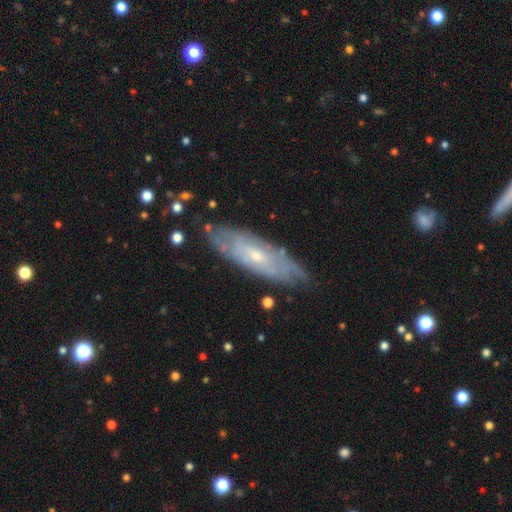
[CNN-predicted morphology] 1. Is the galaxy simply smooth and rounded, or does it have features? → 67% featured or disk, 27% smooth, 6% star or artifact.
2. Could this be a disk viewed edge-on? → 74% no, 26% yes.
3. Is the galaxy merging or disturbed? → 75% none, 19% minor disturbance, 4% major disturbance, 2% merger.